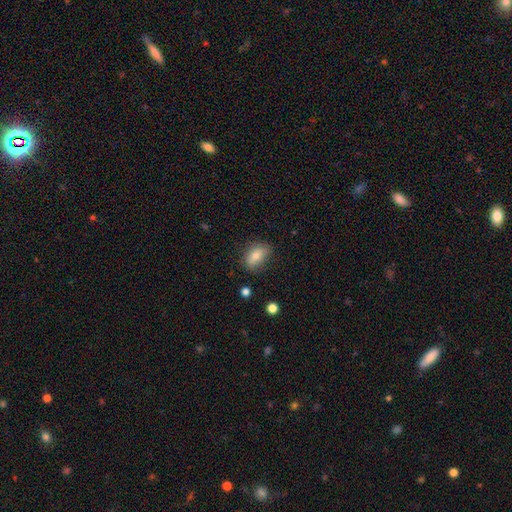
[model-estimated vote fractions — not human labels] smooth-or-featured: smooth: 74% | featured or disk: 17% | star or artifact: 9%
  how-rounded: in between: 83% | round: 13% | cigar-shaped: 4%
  merging: none: 76% | minor disturbance: 18% | major disturbance: 4% | merger: 2%